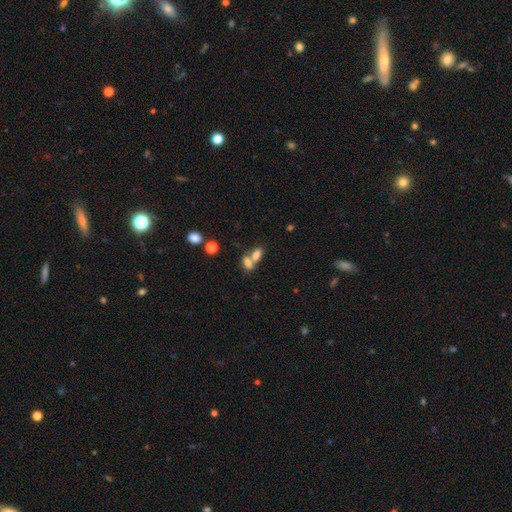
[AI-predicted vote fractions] Smooth or featured: smooth — 75% (featured or disk — 14%)
How rounded: in between — 82% (round — 12%)
Merging: merger — 63% (none — 26%)